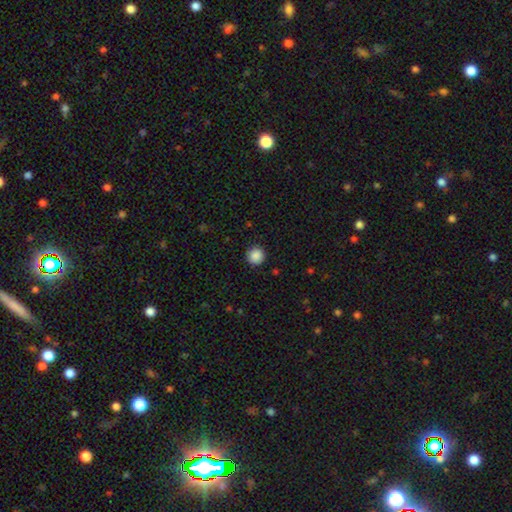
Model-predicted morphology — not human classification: A smooth galaxy with no disk features (88%) that is round (95%). Merging: none (92%).